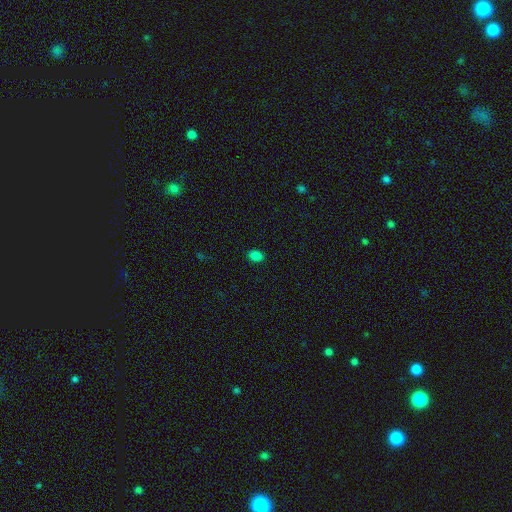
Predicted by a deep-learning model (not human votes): Q: Smooth or featured?
A: smooth (84%); runner-up: star or artifact (13%)
Q: How rounded?
A: in between (75%); runner-up: round (23%)
Q: Merging?
A: none (89%); runner-up: minor disturbance (8%)